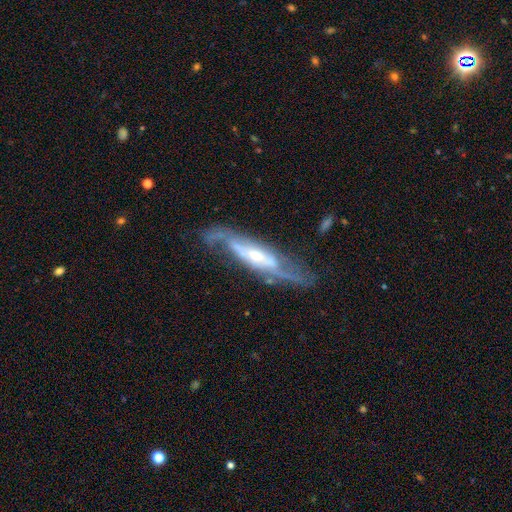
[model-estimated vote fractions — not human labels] Smooth or featured? featured or disk (84%)
Edge-on disk? no (65%)
Bar? no (38%)
Spiral arms? yes (90%)
Bulge size? moderate (46%)
Merging? none (64%)